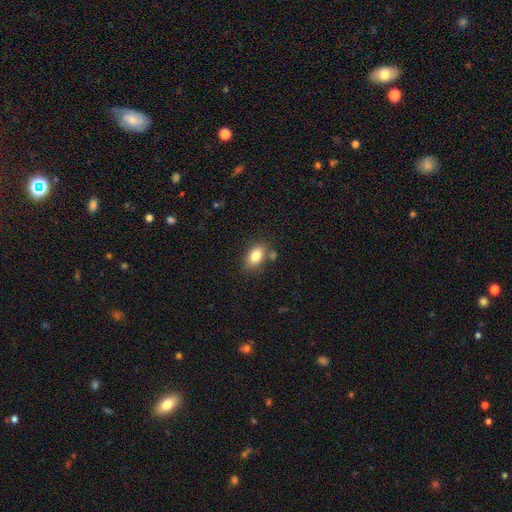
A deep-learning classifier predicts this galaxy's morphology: Overall: smooth (81%). How rounded: in between (87%). Merging: none (74%).